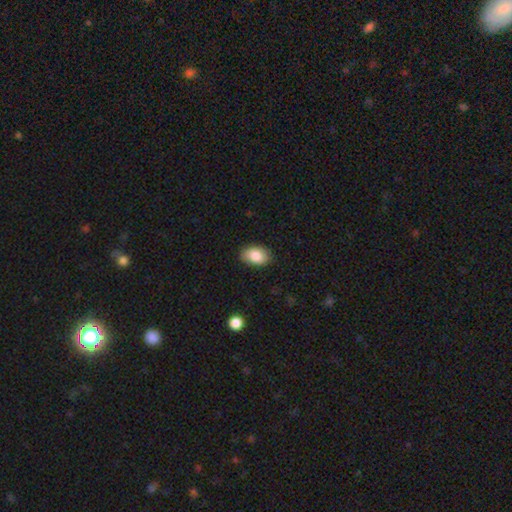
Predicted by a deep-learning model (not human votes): Smooth or featured?
  - smooth: 86% *
  - star or artifact: 7%
  - featured or disk: 7%
How rounded?
  - in between: 90% *
  - round: 8%
  - cigar-shaped: 1%
Merging?
  - none: 86% *
  - minor disturbance: 11%
  - major disturbance: 2%
  - merger: 1%